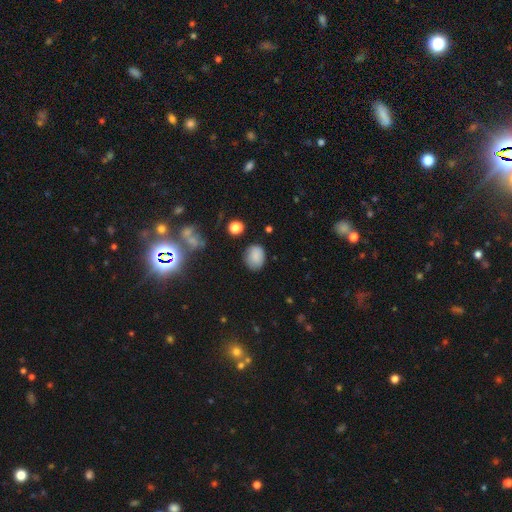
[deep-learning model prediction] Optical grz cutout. It shows a smooth galaxy with no disk features (84%) that is in between round and cigar-shaped (55%). Merging: none (77%).